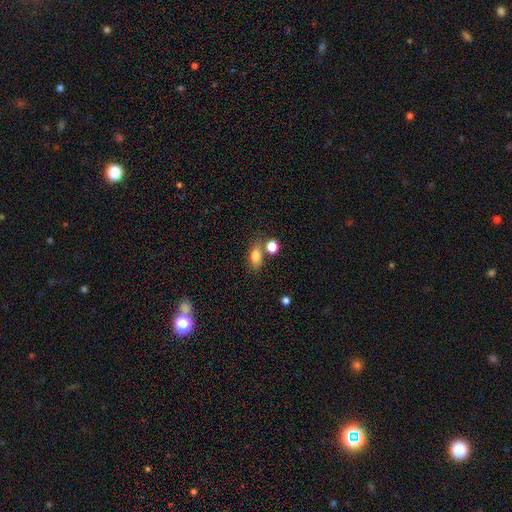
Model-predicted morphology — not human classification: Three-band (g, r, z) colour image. It shows a smooth galaxy with no disk features (78%) that is in between round and cigar-shaped (79%). Merging: none (62%).